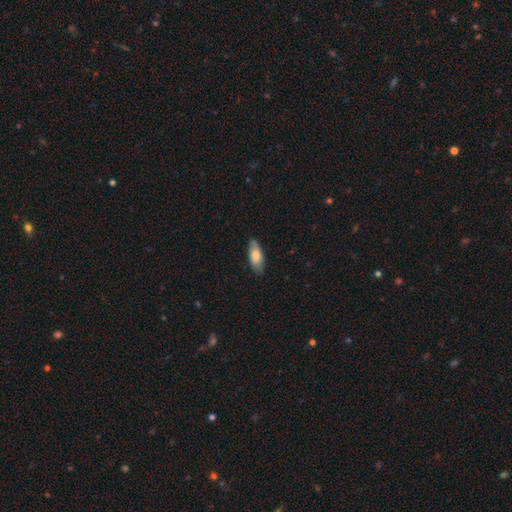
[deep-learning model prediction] Overall: smooth (71%). How rounded: in between (79%). Merging: none (78%).